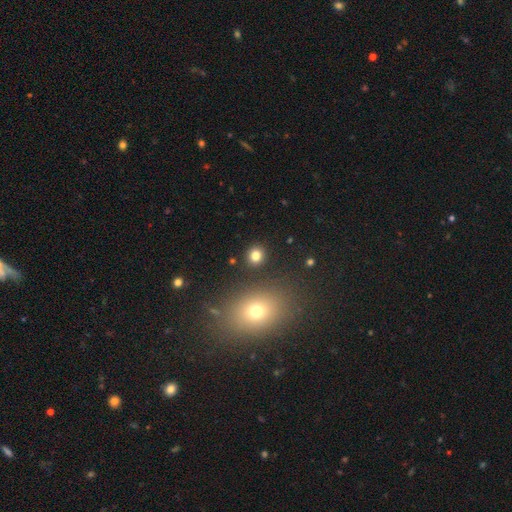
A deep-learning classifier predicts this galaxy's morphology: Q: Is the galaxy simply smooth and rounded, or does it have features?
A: smooth — 80%.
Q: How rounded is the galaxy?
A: round — 81%.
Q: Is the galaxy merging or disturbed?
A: none — 87%.